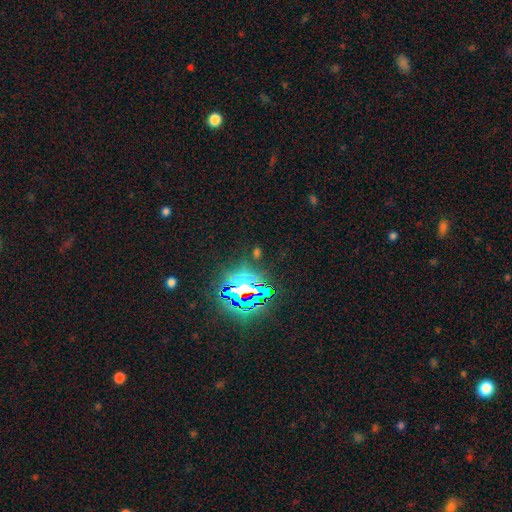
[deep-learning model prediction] Morphology: type=star or artifact (79%).